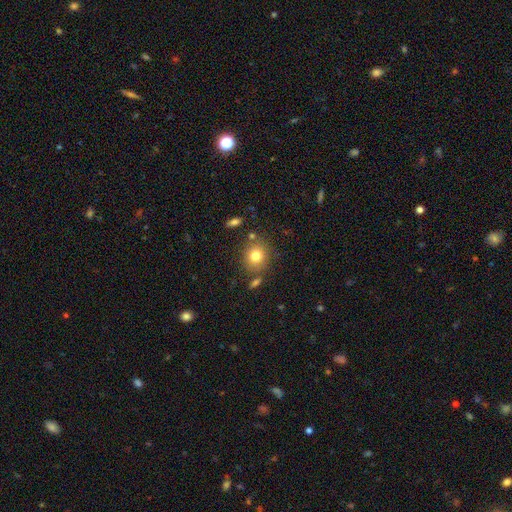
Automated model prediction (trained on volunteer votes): Smooth or featured? smooth (79%)
How rounded? round (77%)
Merging? none (78%)